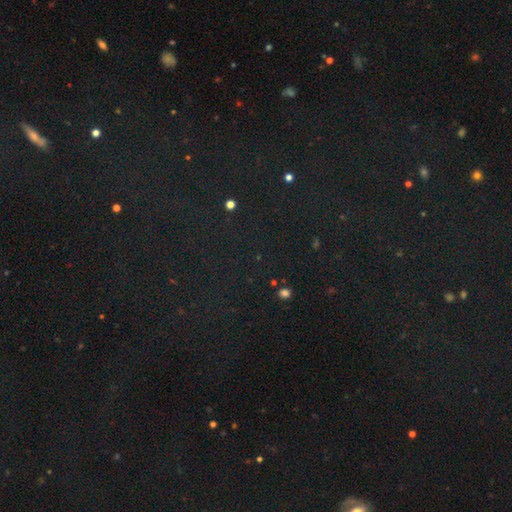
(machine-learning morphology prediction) Overall: star or artifact (79%).